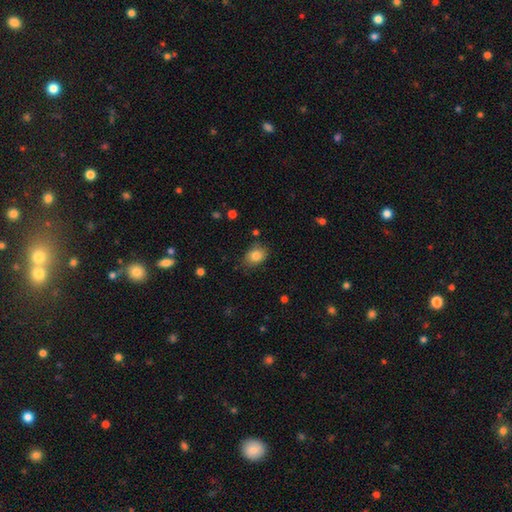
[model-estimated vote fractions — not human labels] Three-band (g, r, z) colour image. It shows a smooth galaxy with no disk features (82%) that is in between round and cigar-shaped (68%). Merging: none (76%).